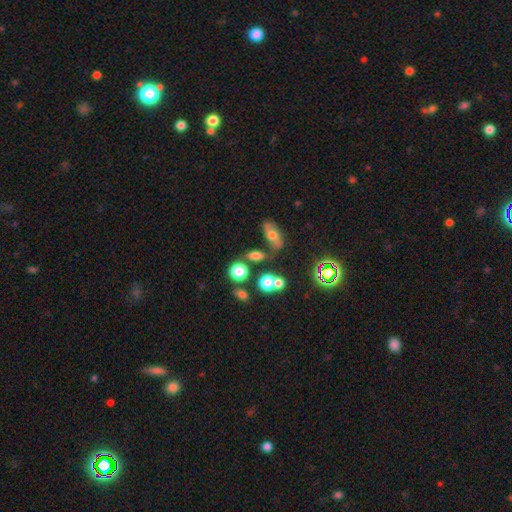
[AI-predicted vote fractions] A smooth galaxy with no disk features (69%) that is round (49%). Merging: none (56%).